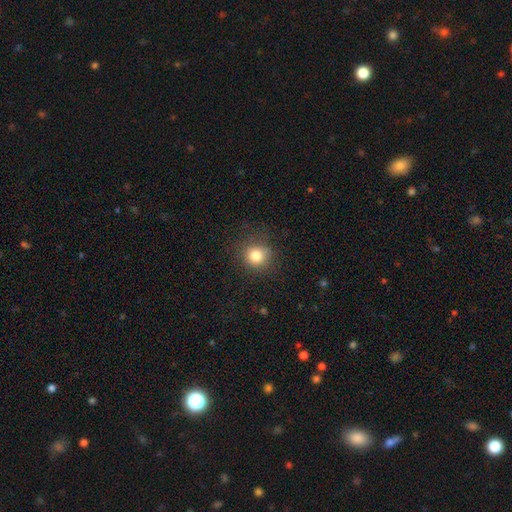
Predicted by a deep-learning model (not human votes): Morphology: type=smooth (82%); roundness=round (88%); merging=none (84%).